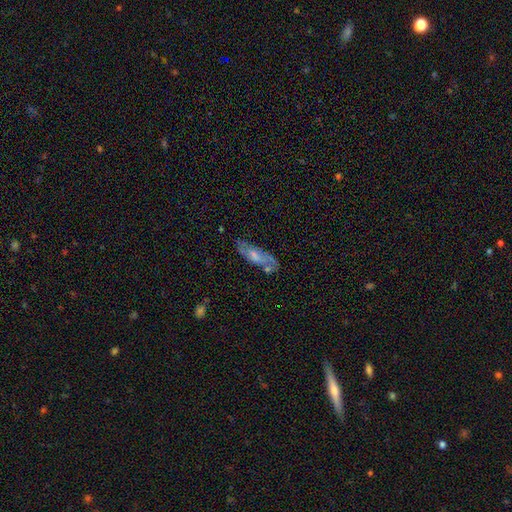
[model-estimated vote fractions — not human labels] Overall: featured or disk (51%; smooth 42%). Edge-on disk: no (75%). Merging: none (63%).